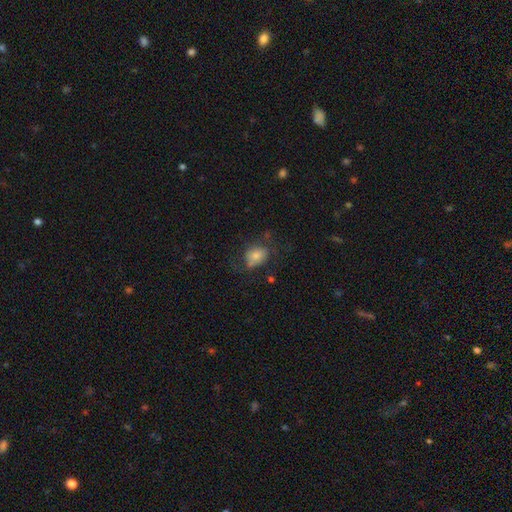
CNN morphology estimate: Smooth or featured? Predicted: smooth (p=0.66). How rounded? Predicted: in between (p=0.59). Merging? Predicted: none (p=0.55).